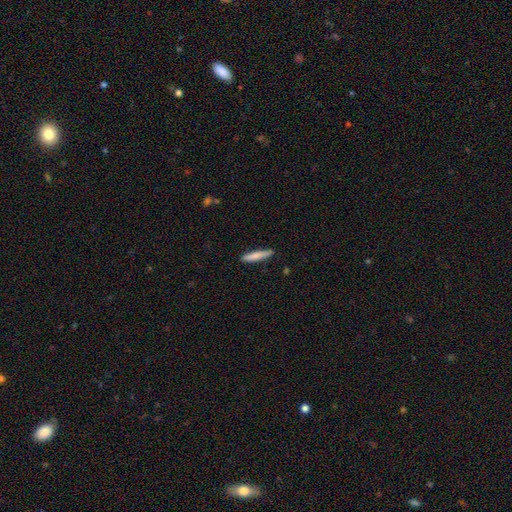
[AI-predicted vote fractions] Smooth or featured?
  - smooth: 79% *
  - featured or disk: 15%
  - star or artifact: 6%
How rounded?
  - cigar-shaped: 91% *
  - in between: 8%
  - round: 1%
Merging?
  - none: 88% *
  - minor disturbance: 9%
  - major disturbance: 2%
  - merger: 1%